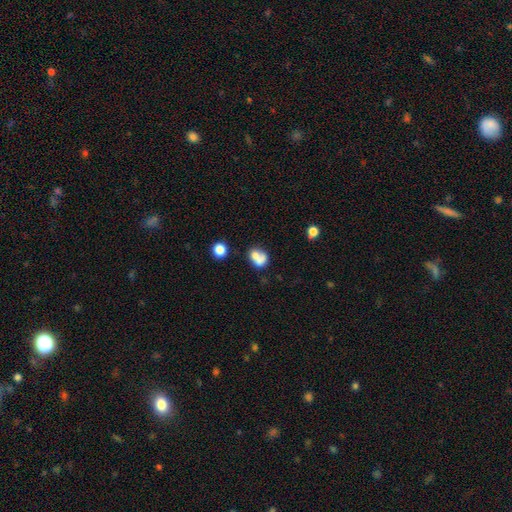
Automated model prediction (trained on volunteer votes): The model was most divided on "how rounded": in between: 51%, round: 47%, cigar-shaped: 1%. More confident: smooth or featured — smooth (66%); merging — merger (52%).